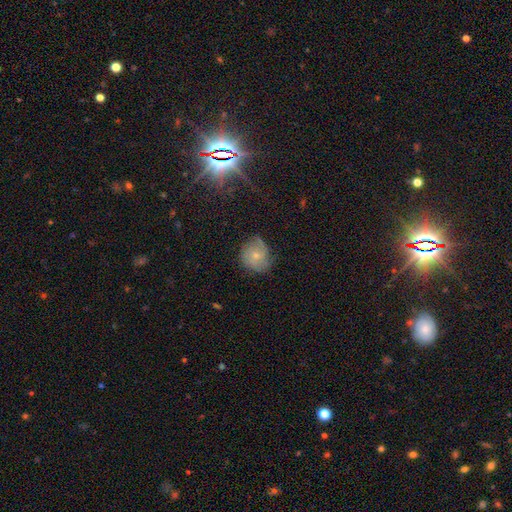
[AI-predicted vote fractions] A featured or disk galaxy (56%) with no bar (80%), spiral arms (87%) and a small central bulge (64%).

Vote fractions:
- Smooth or featured? featured or disk: 56% / smooth: 36% / star or artifact: 8%
- Edge-on disk? no: 98% / yes: 2%
- Bar? no: 80% / weak: 18% / strong: 2%
- Spiral arms? yes: 87% / no: 13%
- Bulge size? small: 64% / moderate: 31% / none: 2% / large: 1% / dominant: 1%
- Merging? none: 67% / minor disturbance: 24% / major disturbance: 8% / merger: 1%